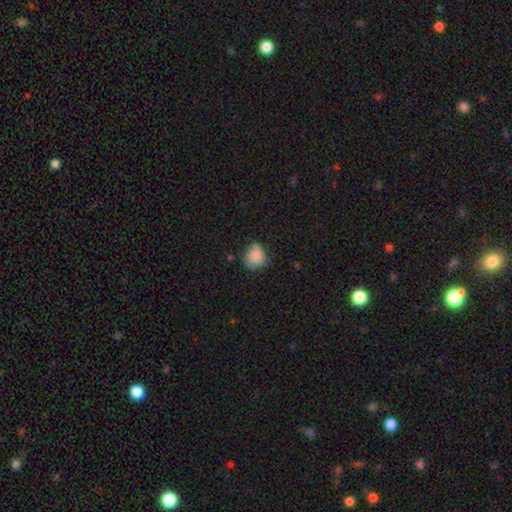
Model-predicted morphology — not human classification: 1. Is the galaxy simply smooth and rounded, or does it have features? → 85% smooth, 9% star or artifact, 6% featured or disk.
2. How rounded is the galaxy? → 68% round, 31% in between, 1% cigar-shaped.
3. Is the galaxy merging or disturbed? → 60% none, 32% minor disturbance, 6% major disturbance, 2% merger.